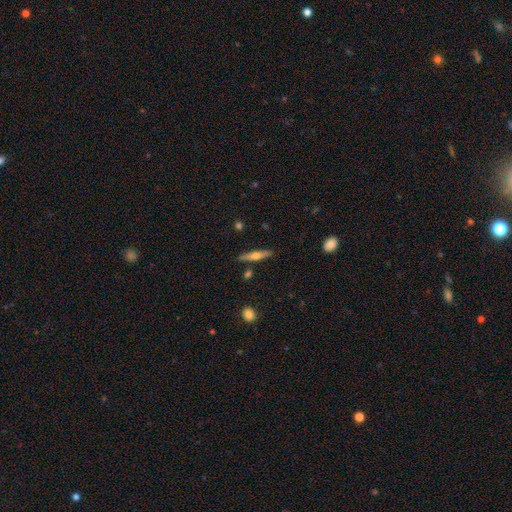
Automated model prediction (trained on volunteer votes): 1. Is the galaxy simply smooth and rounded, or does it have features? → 51% featured or disk, 42% smooth, 7% star or artifact.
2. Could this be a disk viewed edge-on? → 94% yes, 6% no.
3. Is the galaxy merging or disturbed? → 86% none, 9% minor disturbance, 3% merger, 2% major disturbance.